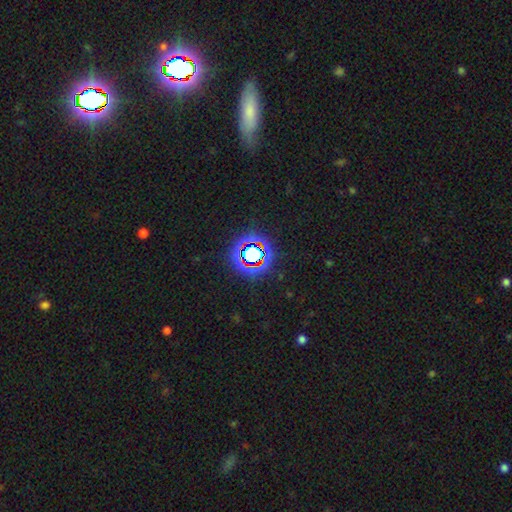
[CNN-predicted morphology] Smooth or featured: star or artifact — 73% (smooth — 16%)